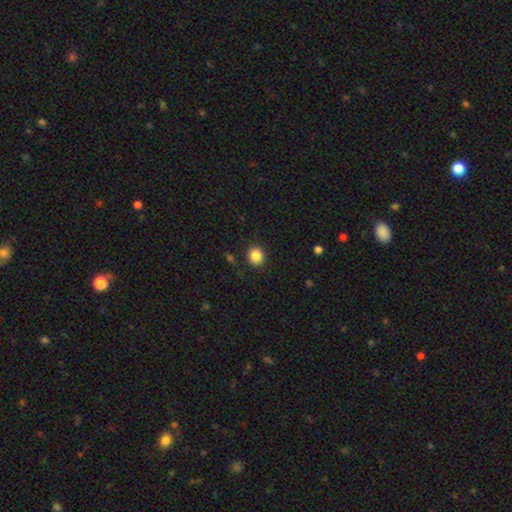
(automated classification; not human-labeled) The model was most divided on "how rounded": round: 77%, in between: 22%, cigar-shaped: 1%. More confident: merging — none (88%); smooth or featured — smooth (86%).